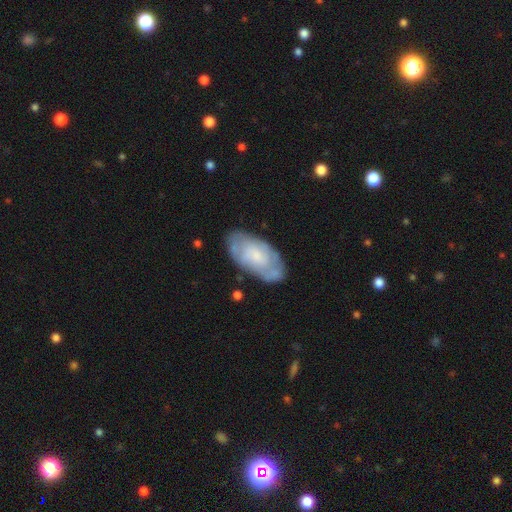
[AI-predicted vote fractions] This appears to be a featured or disk galaxy (53%). Merging: none (72%).